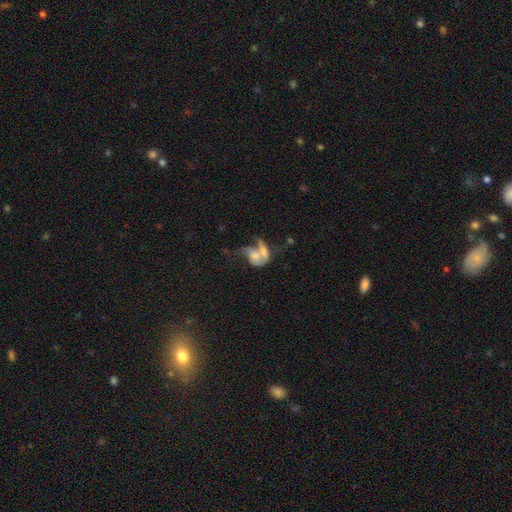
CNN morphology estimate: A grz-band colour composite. It shows a featured or disk galaxy (49%). Merging: merger (57%).